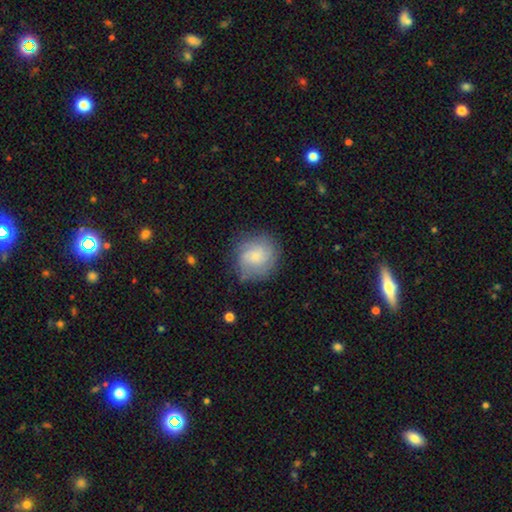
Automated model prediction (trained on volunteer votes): Smooth or featured?
  - featured or disk: 49% *
  - smooth: 43%
  - star or artifact: 8%
Merging?
  - none: 73% *
  - minor disturbance: 18%
  - major disturbance: 7%
  - merger: 2%